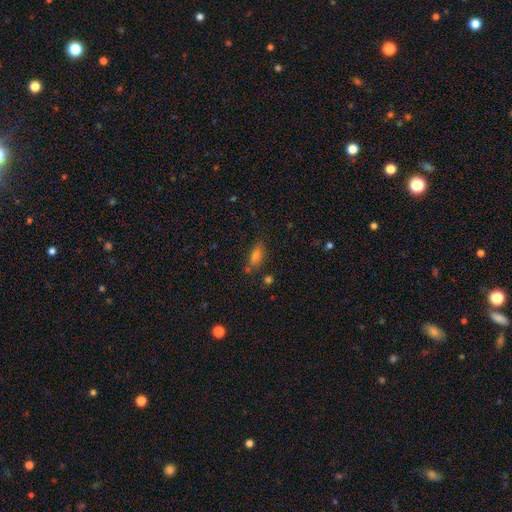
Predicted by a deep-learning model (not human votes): smooth 68%, star or artifact 17%, featured or disk 15%. Down the decision tree: how rounded — in between (73%); merging — none (71%).